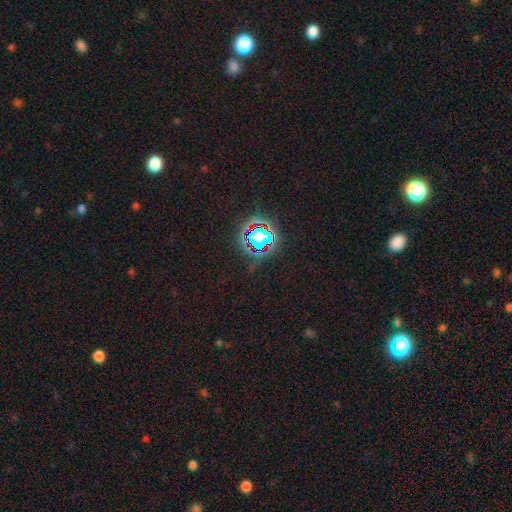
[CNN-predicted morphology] Overall: star or artifact (80%).